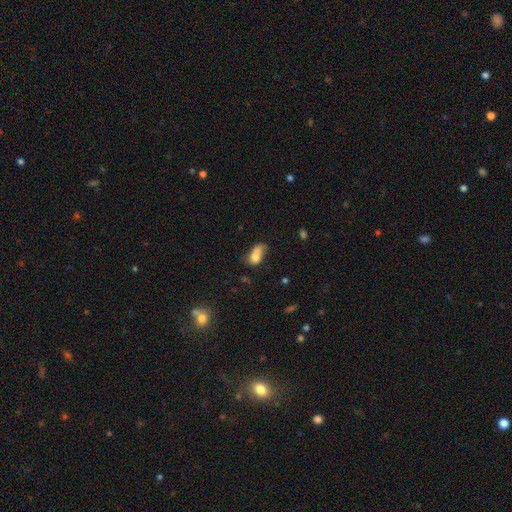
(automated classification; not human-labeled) smooth_or_featured: smooth (p=0.68) [alt: featured or disk p=0.21]
how_rounded: in between (p=0.80) [alt: round p=0.16]
merging: merger (p=0.32) [alt: none p=0.25]